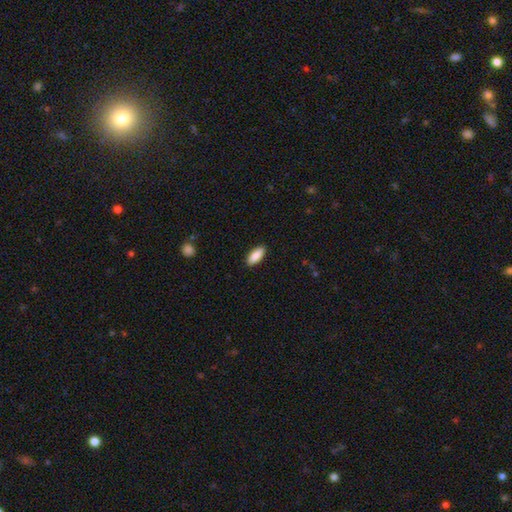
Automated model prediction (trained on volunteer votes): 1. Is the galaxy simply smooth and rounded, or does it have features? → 88% smooth, 6% featured or disk, 6% star or artifact.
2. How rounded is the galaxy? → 79% in between, 19% cigar-shaped, 2% round.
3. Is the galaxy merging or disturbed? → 90% none, 8% minor disturbance, 2% major disturbance, 1% merger.